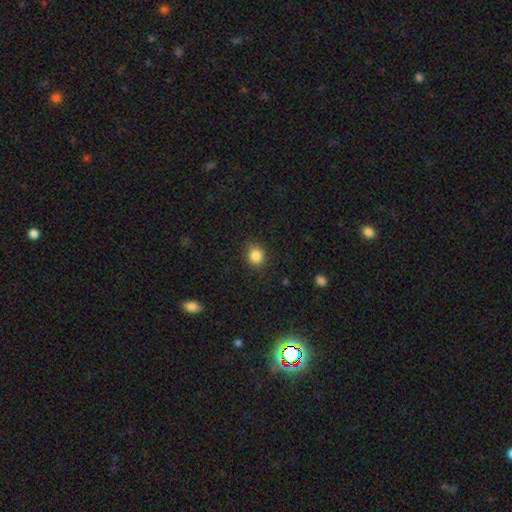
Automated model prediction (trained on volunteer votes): smooth-or-featured: smooth: 85% | star or artifact: 10% | featured or disk: 4%
  how-rounded: round: 83% | in between: 16% | cigar-shaped: 1%
  merging: none: 86% | minor disturbance: 10% | major disturbance: 3% | merger: 1%